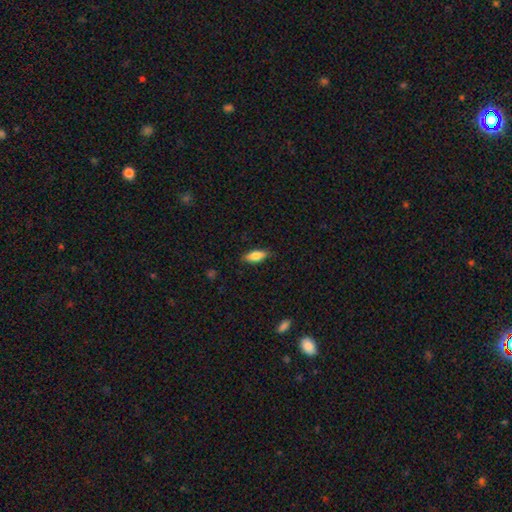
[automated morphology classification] type=smooth (76%); roundness=in between (74%); merging=none (84%).